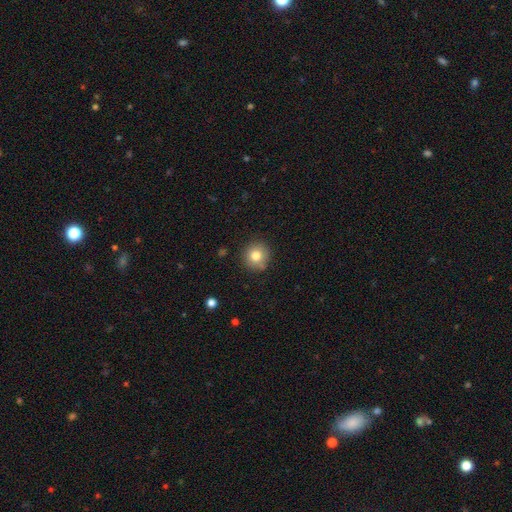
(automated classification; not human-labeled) This appears to be a smooth galaxy with no disk features (80%) that is round (94%). Merging: none (86%).